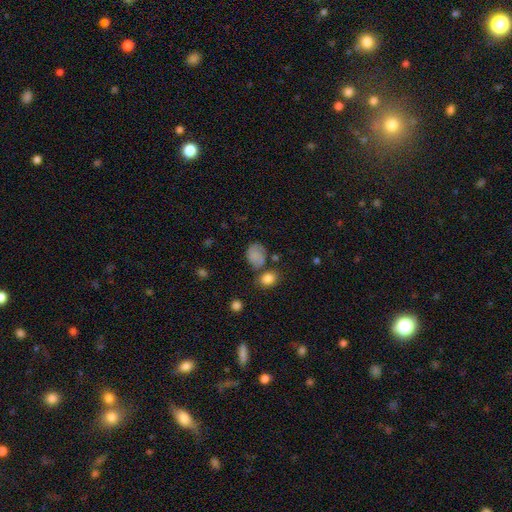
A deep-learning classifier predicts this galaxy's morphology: Smooth or featured? smooth (78%)
How rounded? in between (53%)
Merging? none (52%)